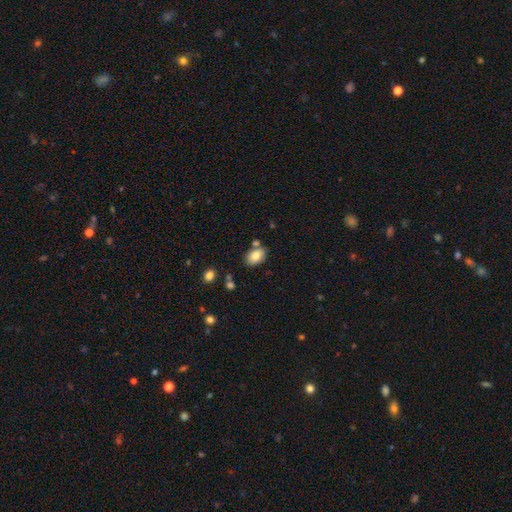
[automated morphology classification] A smooth galaxy with no disk features (84%) that is in between round and cigar-shaped (88%). Merging: none (72%).